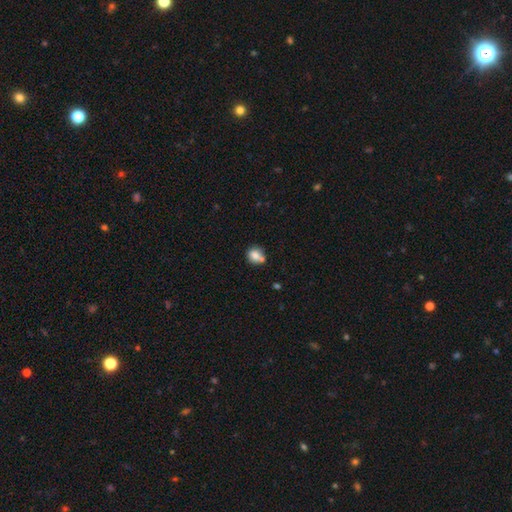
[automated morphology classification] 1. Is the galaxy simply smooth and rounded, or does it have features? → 78% smooth, 13% featured or disk, 10% star or artifact.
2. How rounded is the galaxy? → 71% round, 28% in between, 1% cigar-shaped.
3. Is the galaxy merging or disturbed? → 52% none, 28% merger, 15% minor disturbance, 5% major disturbance.